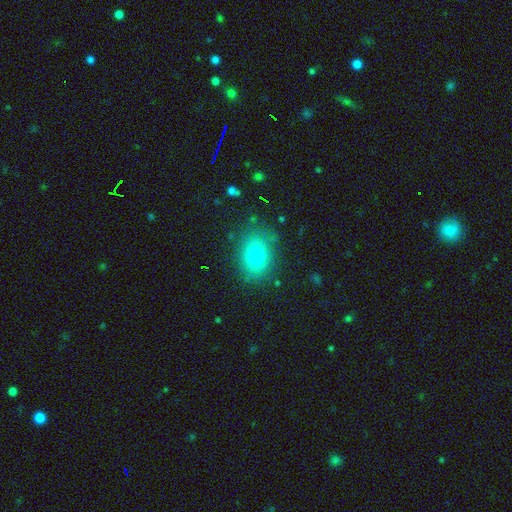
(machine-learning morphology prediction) Smooth or featured? Predicted: smooth (p=0.75). How rounded? Predicted: in between (p=0.65). Merging? Predicted: none (p=0.80).